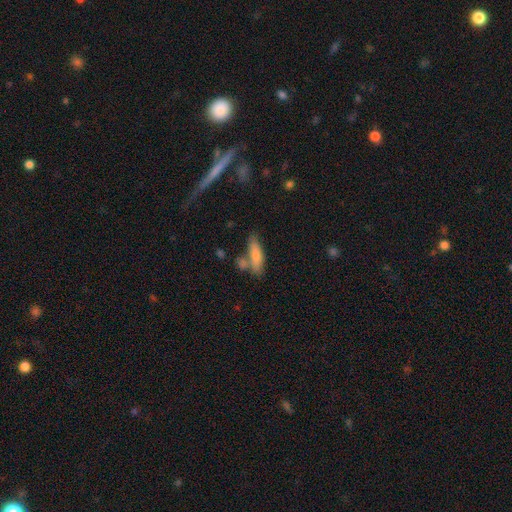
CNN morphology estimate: A smooth galaxy with no disk features (77%) that is cigar-shaped (60%). Merging: none (59%).